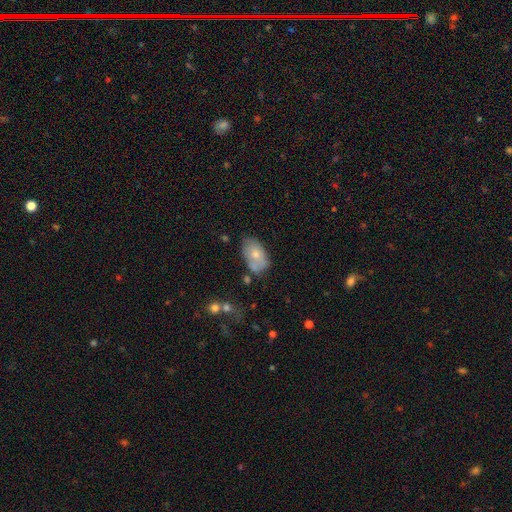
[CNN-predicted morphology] smooth-or-featured: smooth: 68% | featured or disk: 25% | star or artifact: 7%
  how-rounded: in between: 90% | round: 8% | cigar-shaped: 1%
  merging: none: 51% | minor disturbance: 27% | merger: 13% | major disturbance: 8%